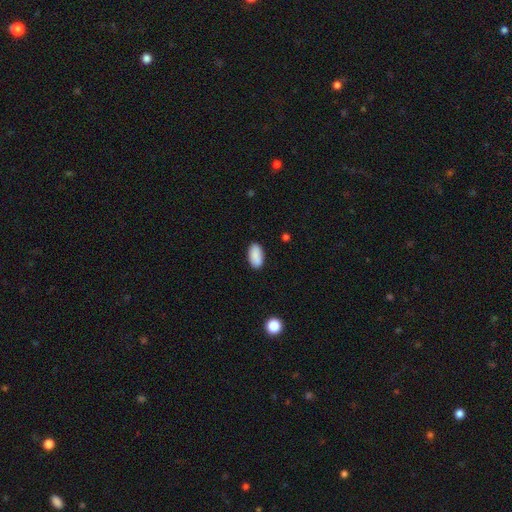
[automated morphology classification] smooth_or_featured: smooth (p=0.90) [alt: star or artifact p=0.07]
how_rounded: in between (p=0.94) [alt: cigar-shaped p=0.03]
merging: none (p=0.88) [alt: minor disturbance p=0.09]